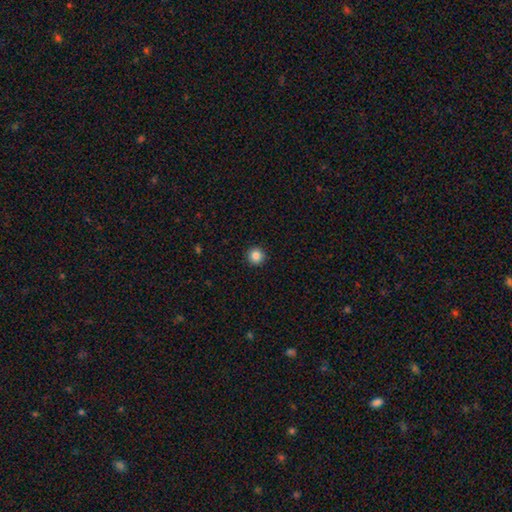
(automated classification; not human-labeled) Morphology: type=smooth (86%); roundness=round (96%); merging=none (93%).